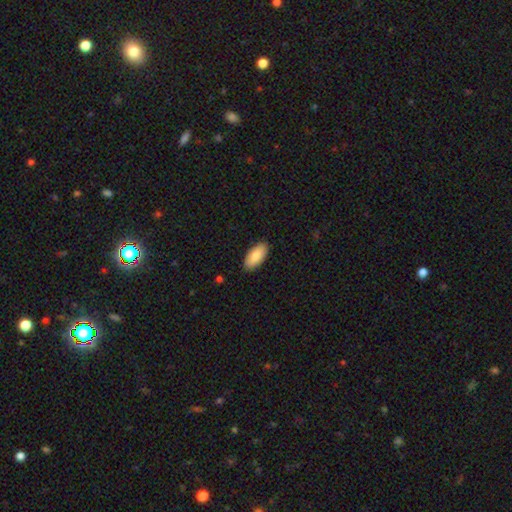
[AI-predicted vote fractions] Smooth or featured: smooth — 84% (featured or disk — 10%)
How rounded: in between — 92% (cigar-shaped — 6%)
Merging: none — 89% (minor disturbance — 9%)